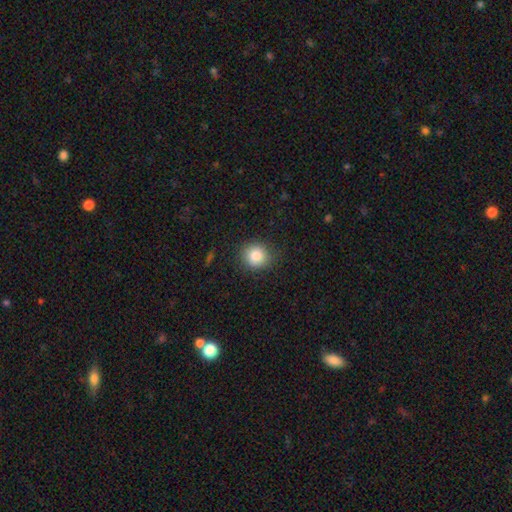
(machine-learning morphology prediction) Smooth or featured? Predicted: smooth (p=0.85). How rounded? Predicted: round (p=0.85). Merging? Predicted: none (p=0.85).